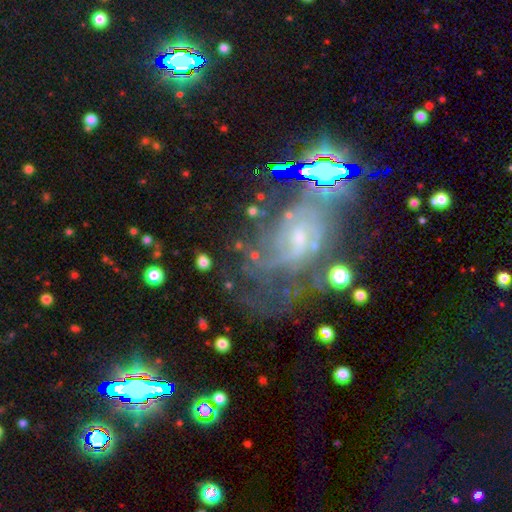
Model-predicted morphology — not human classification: Smooth or featured? Predicted: featured or disk (p=0.71). Edge-on disk? Predicted: no (p=0.95). Bar? Predicted: no (p=0.45). Spiral arms? Predicted: yes (p=0.82). Spiral winding? Predicted: medium (p=0.41). Spiral arm count? Predicted: can't tell (p=0.45). Bulge size? Predicted: small (p=0.54). Merging? Predicted: none (p=0.49).